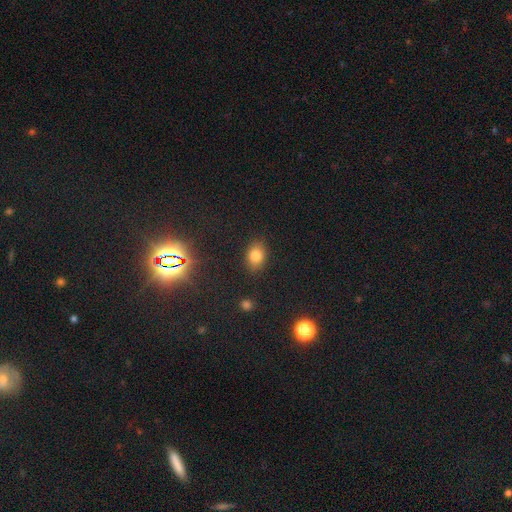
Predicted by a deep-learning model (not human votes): Smooth or featured?
  - smooth: 78% *
  - star or artifact: 14%
  - featured or disk: 8%
How rounded?
  - in between: 64% *
  - round: 35%
  - cigar-shaped: 1%
Merging?
  - none: 84% *
  - minor disturbance: 11%
  - major disturbance: 3%
  - merger: 2%